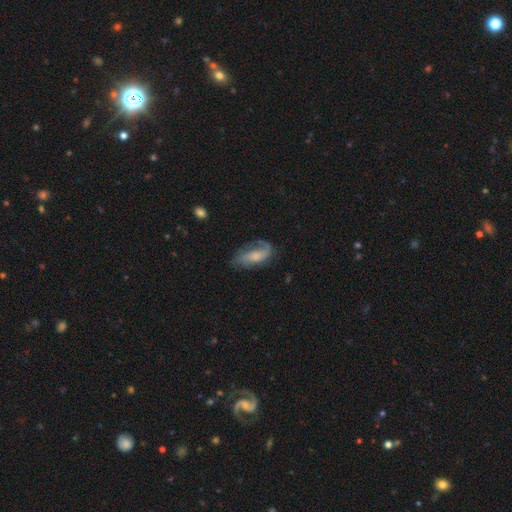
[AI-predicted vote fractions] This appears to be a featured or disk galaxy (59%) with no bar (59%), spiral arms (85%) and a small central bulge (37%). Merging: none (50%).